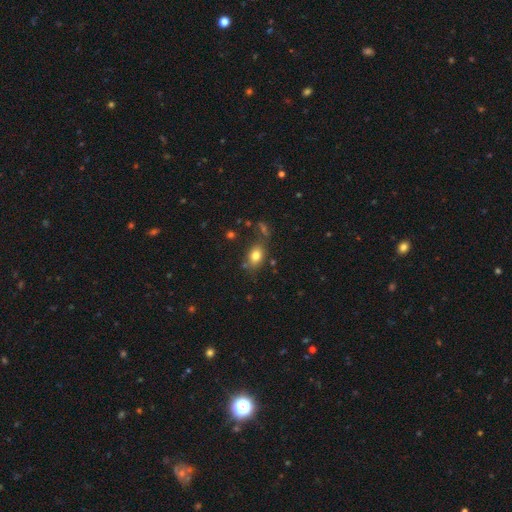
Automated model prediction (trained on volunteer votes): smooth_or_featured: smooth (p=0.80) [alt: star or artifact p=0.10]
how_rounded: in between (p=0.78) [alt: round p=0.21]
merging: none (p=0.71) [alt: minor disturbance p=0.15]